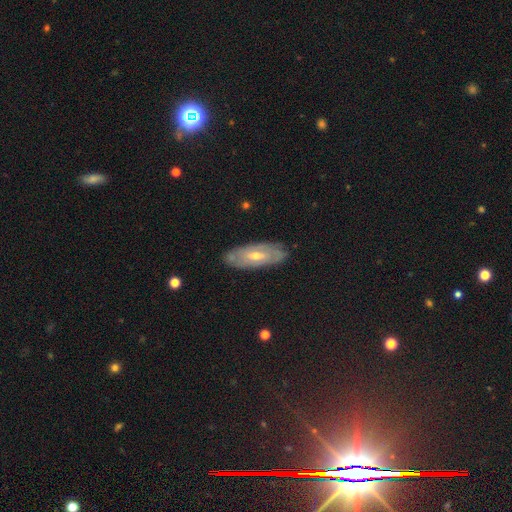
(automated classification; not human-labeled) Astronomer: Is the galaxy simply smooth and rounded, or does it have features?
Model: featured or disk — 67%.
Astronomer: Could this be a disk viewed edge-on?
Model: no — 79%.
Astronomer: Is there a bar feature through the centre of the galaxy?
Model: weak — 43%, tied with no at 43%.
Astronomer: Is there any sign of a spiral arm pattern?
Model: yes — 68%.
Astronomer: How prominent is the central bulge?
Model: moderate — 49% (runner-up: small, 48%).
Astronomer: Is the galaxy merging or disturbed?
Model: none — 83%.